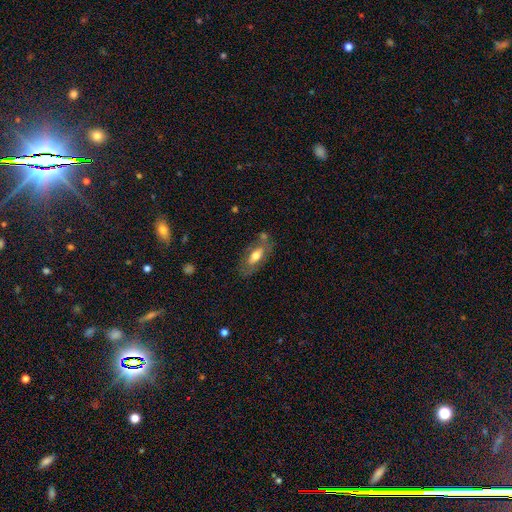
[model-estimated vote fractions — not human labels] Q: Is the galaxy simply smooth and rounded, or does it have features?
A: smooth — 57%.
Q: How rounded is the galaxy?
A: in between — 82%.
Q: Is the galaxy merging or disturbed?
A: none — 67%.